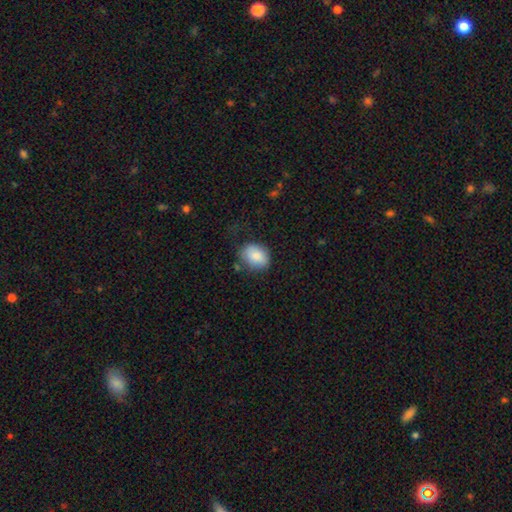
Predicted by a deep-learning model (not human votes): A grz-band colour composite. It shows a smooth galaxy with no disk features (84%) that is in between round and cigar-shaped (60%). Merging: none (67%).